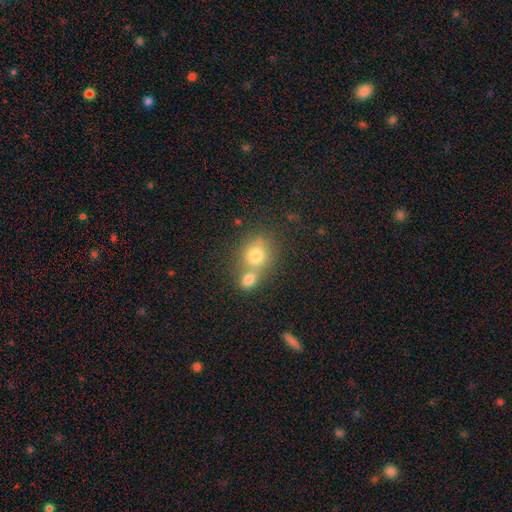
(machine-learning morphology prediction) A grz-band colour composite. It shows a smooth galaxy with no disk features (77%) that is round (72%). Merging: merger (52%).